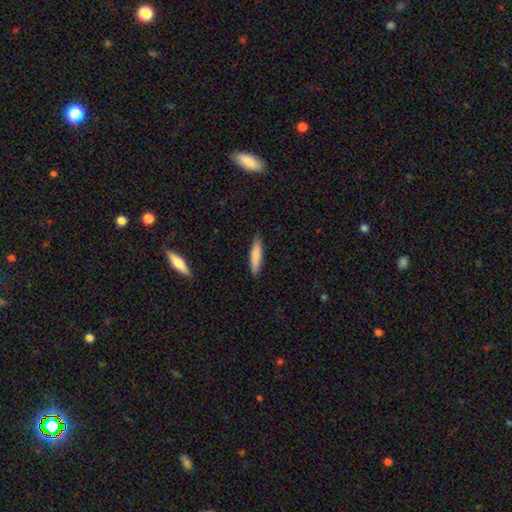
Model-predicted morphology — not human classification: This appears to be a smooth galaxy with no disk features (82%) that is cigar-shaped (80%). Merging: none (87%).